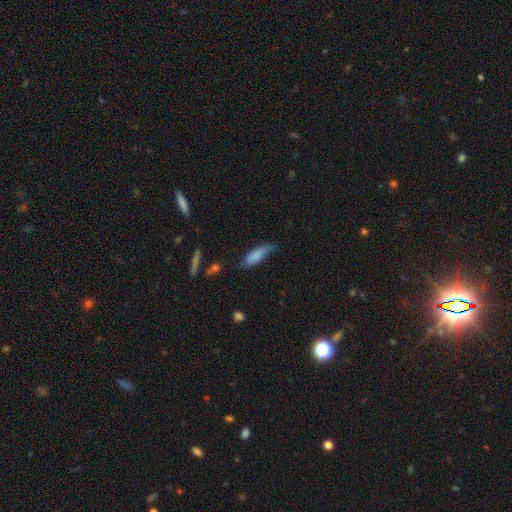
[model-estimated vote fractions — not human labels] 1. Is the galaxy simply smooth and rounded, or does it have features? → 79% smooth, 14% featured or disk, 6% star or artifact.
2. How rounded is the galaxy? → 56% in between, 42% cigar-shaped, 2% round.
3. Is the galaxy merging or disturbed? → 53% none, 36% minor disturbance, 9% major disturbance, 3% merger.